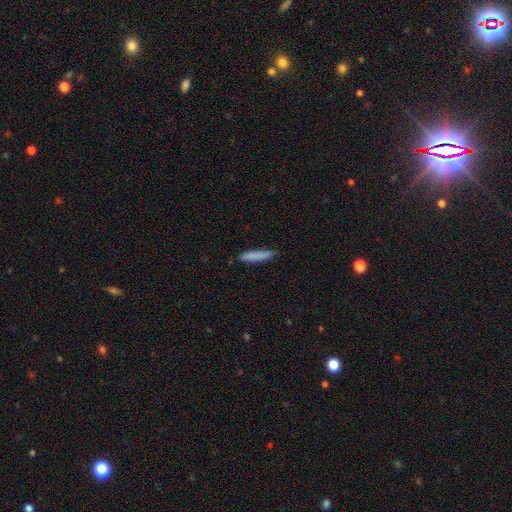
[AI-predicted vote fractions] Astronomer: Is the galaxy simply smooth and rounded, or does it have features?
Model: smooth — 82%.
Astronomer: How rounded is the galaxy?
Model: cigar-shaped — 92%.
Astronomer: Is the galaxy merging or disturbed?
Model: none — 81%.